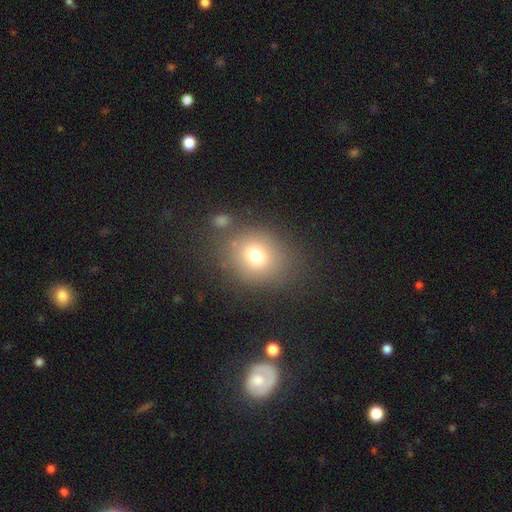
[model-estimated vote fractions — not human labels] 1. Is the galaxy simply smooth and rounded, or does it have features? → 73% smooth, 15% star or artifact, 12% featured or disk.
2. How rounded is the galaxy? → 66% round, 33% in between, 1% cigar-shaped.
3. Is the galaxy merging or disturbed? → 74% none, 13% minor disturbance, 7% major disturbance, 6% merger.